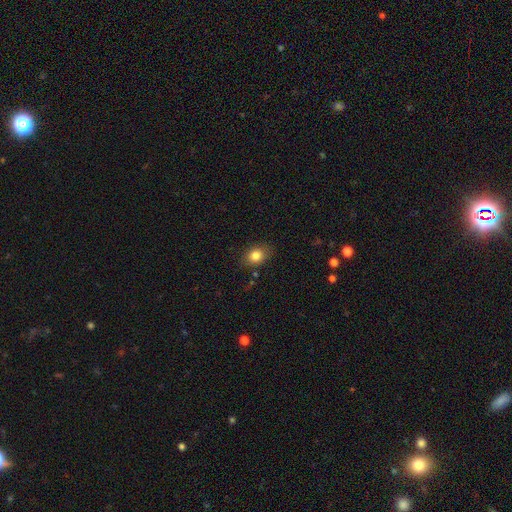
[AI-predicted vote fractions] Smooth or featured: smooth — 83% (star or artifact — 10%)
How rounded: in between — 60% (round — 39%)
Merging: none — 80% (minor disturbance — 15%)